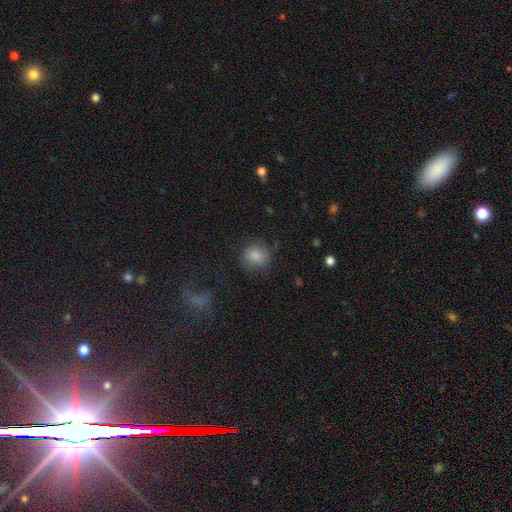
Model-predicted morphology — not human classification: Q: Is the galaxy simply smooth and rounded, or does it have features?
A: smooth — 79%.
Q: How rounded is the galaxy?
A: round — 84%.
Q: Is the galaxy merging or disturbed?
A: none — 77%.